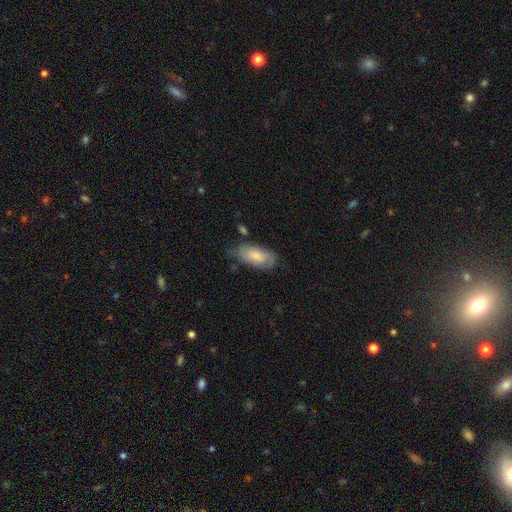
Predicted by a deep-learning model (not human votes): A smooth galaxy with no disk features (74%) that is in between round and cigar-shaped (89%). Merging: none (67%).